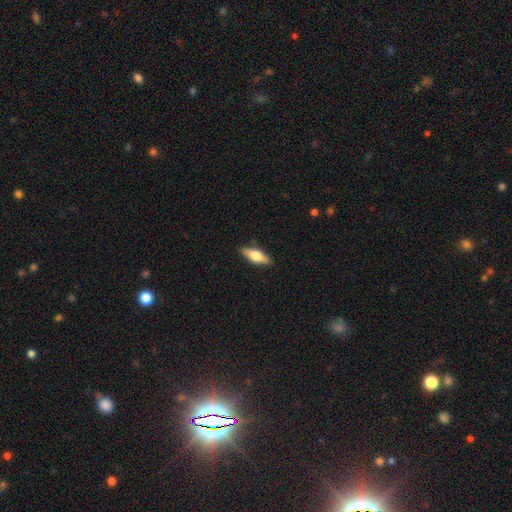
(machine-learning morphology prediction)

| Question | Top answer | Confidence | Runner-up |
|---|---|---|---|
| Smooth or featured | smooth | 55% | featured or disk (39%) |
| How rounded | in between | 58% | cigar-shaped (40%) |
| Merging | none | 88% | minor disturbance (9%) |